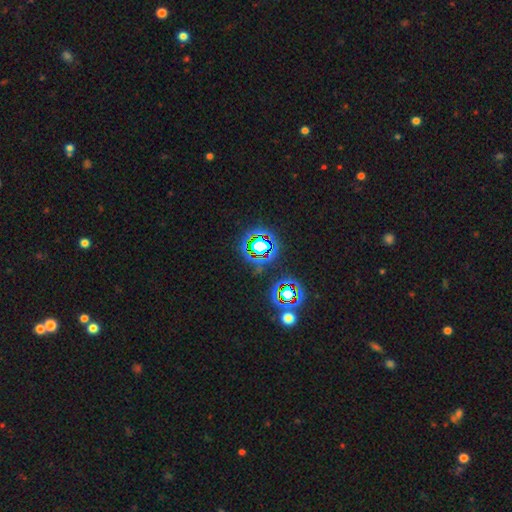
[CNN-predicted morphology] smooth-or-featured: star or artifact: 74% | smooth: 14% | featured or disk: 12%